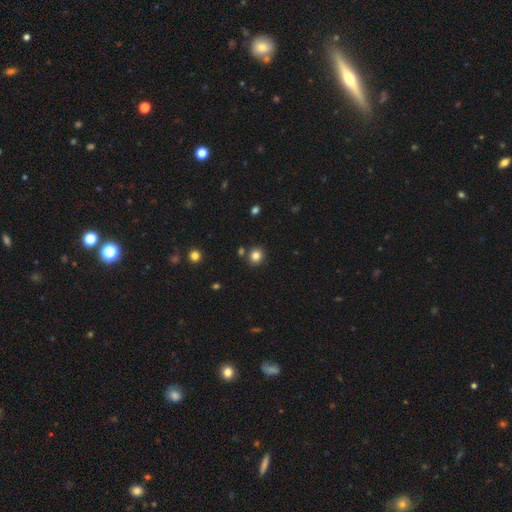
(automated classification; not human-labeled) smooth 83%, star or artifact 12%, featured or disk 5%. Down the decision tree: how rounded — round (84%); merging — none (83%).